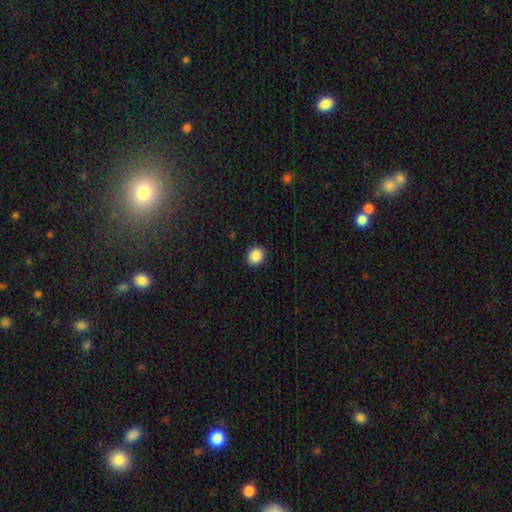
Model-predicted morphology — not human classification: Q: Smooth or featured?
A: smooth (88%); runner-up: star or artifact (9%)
Q: How rounded?
A: round (69%); runner-up: in between (30%)
Q: Merging?
A: none (92%); runner-up: minor disturbance (6%)